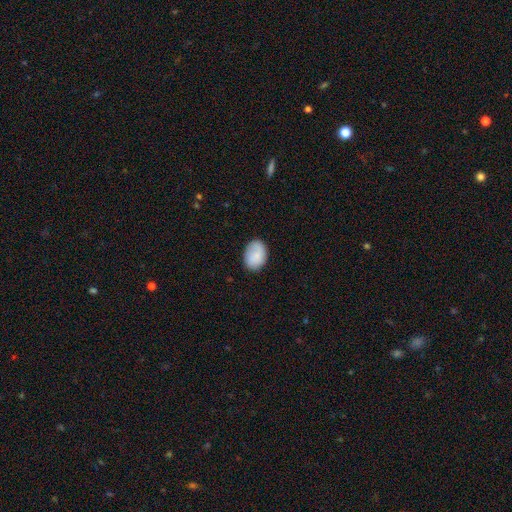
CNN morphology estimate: Q: Smooth or featured?
A: smooth (83%); runner-up: featured or disk (10%)
Q: How rounded?
A: in between (76%); runner-up: round (23%)
Q: Merging?
A: none (80%); runner-up: minor disturbance (16%)